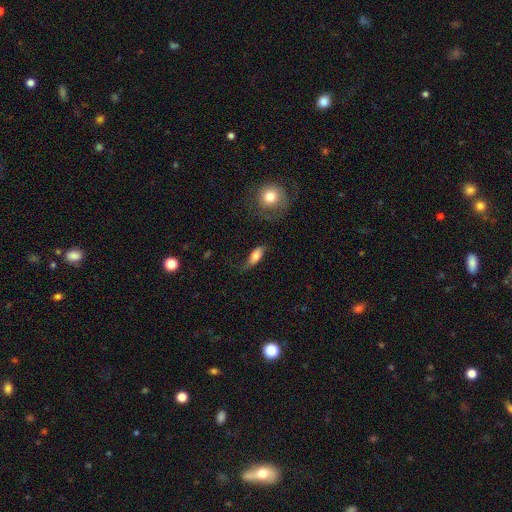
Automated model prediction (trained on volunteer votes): Smooth or featured?
  - smooth: 65% *
  - featured or disk: 27%
  - star or artifact: 8%
How rounded?
  - in between: 73% *
  - cigar-shaped: 21%
  - round: 5%
Merging?
  - none: 51% *
  - minor disturbance: 28%
  - major disturbance: 18%
  - merger: 3%